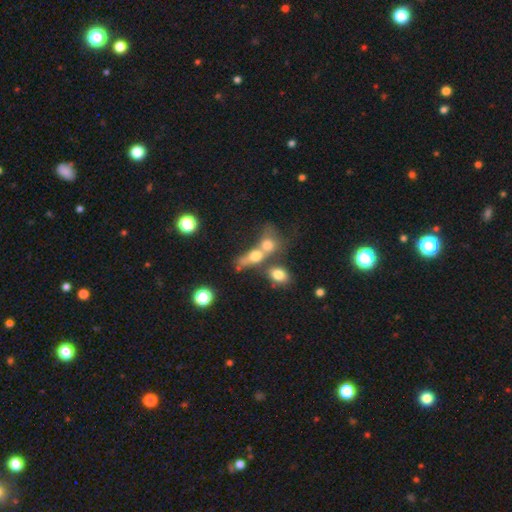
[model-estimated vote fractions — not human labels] Q: Smooth or featured?
A: smooth (64%); runner-up: featured or disk (22%)
Q: How rounded?
A: in between (51%); runner-up: round (40%)
Q: Merging?
A: merger (61%); runner-up: none (21%)